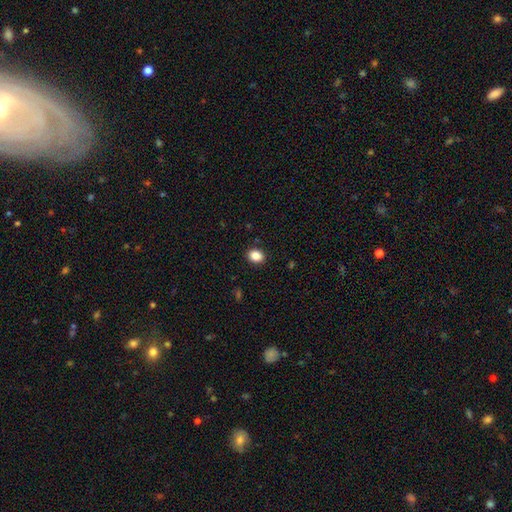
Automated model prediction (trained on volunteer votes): This appears to be a smooth galaxy with no disk features (87%) that is in between round and cigar-shaped (52%). Merging: none (90%).